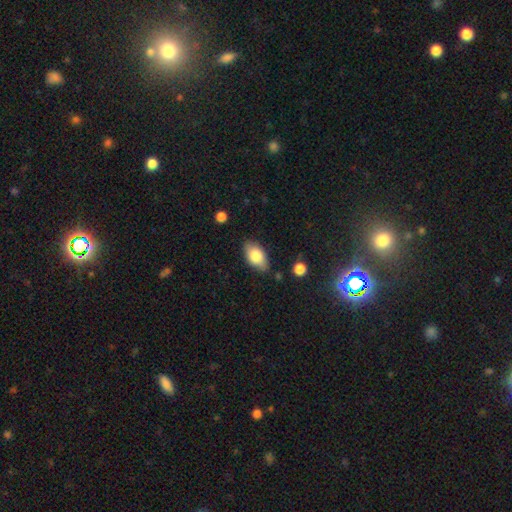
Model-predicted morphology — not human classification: A smooth galaxy with no disk features (81%) that is in between round and cigar-shaped (93%). Merging: none (80%).